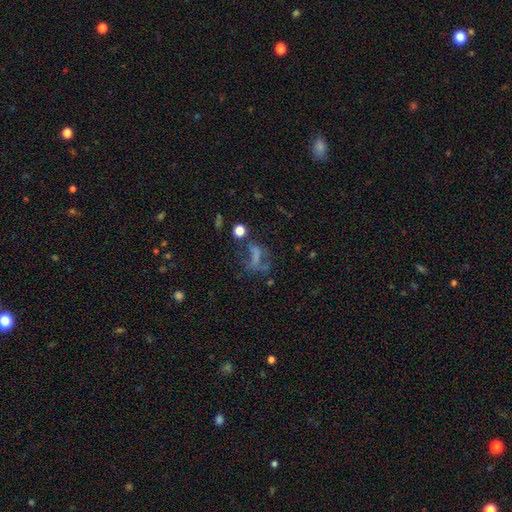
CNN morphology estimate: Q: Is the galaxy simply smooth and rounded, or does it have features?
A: smooth — 36%.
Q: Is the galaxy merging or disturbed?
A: major disturbance — 39%.